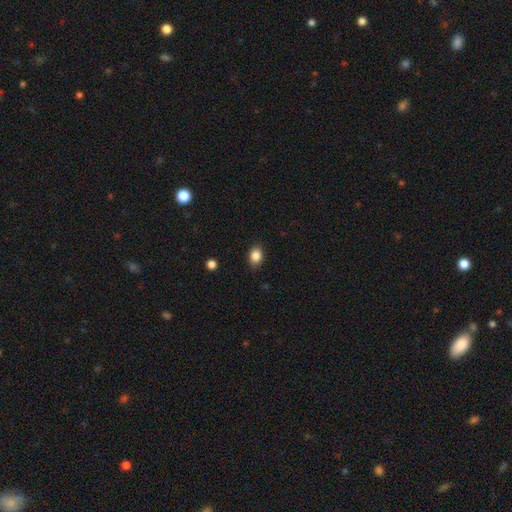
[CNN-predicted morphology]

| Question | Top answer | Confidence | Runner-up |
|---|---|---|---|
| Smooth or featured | smooth | 86% | star or artifact (9%) |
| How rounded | in between | 70% | round (29%) |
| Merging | none | 86% | minor disturbance (11%) |